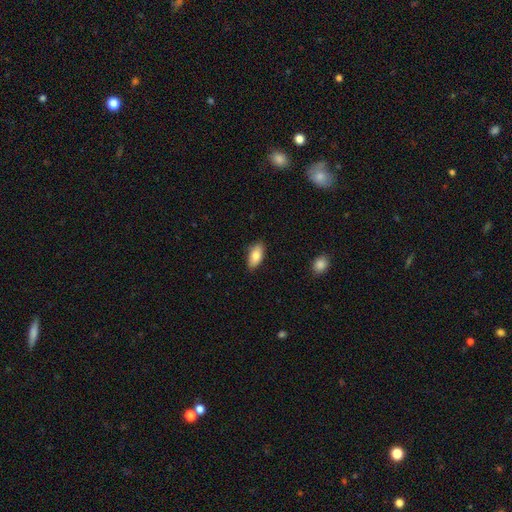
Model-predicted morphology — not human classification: type=smooth (81%); roundness=in between (91%); merging=none (85%).